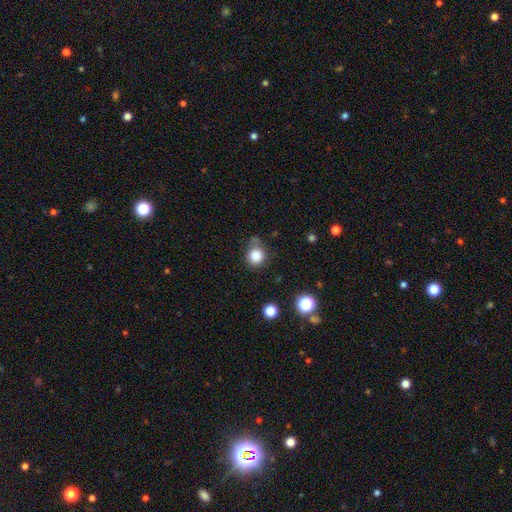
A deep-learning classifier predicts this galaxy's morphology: type=smooth (83%); roundness=round (87%); merging=none (63%).